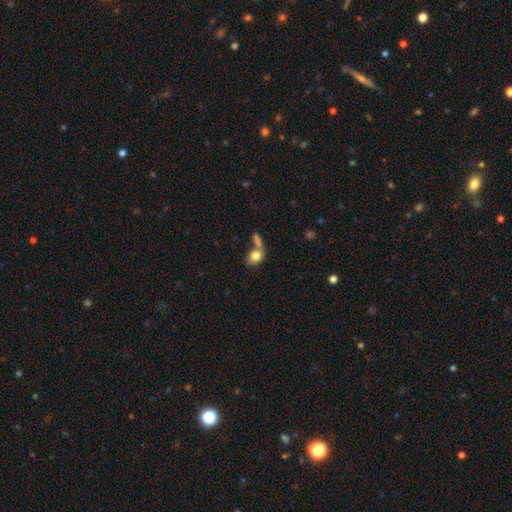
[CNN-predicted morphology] This is likely a smooth galaxy (80%). How rounded: possibly in between (58%). Merging: marginally merger (41%).